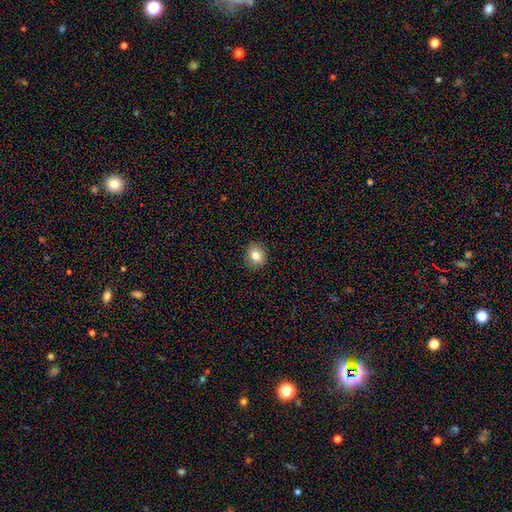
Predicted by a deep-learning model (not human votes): Smooth or featured?
  - smooth: 82% *
  - star or artifact: 10%
  - featured or disk: 8%
How rounded?
  - round: 77% *
  - in between: 22%
  - cigar-shaped: 1%
Merging?
  - none: 90% *
  - minor disturbance: 7%
  - major disturbance: 2%
  - merger: 1%